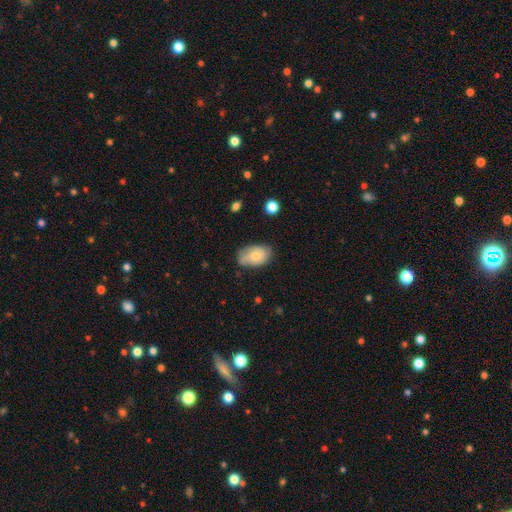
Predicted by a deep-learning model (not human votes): Overall: smooth (60%; featured or disk 32%). How rounded: in between (88%). Merging: none (60%; minor disturbance 32%).